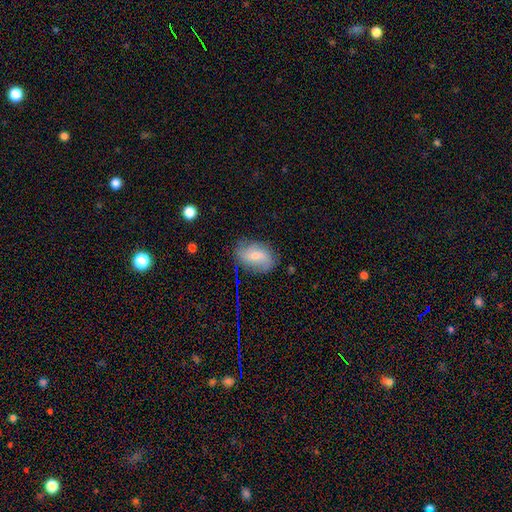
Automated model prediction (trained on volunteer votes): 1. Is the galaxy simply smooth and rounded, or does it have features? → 47% featured or disk, 44% smooth, 9% star or artifact.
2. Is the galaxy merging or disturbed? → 72% none, 20% minor disturbance, 6% major disturbance, 2% merger.